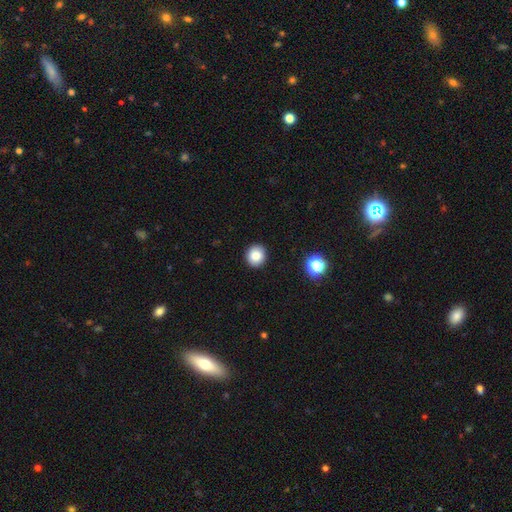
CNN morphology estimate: Overall: smooth (84%). How rounded: round (88%). Merging: none (92%).